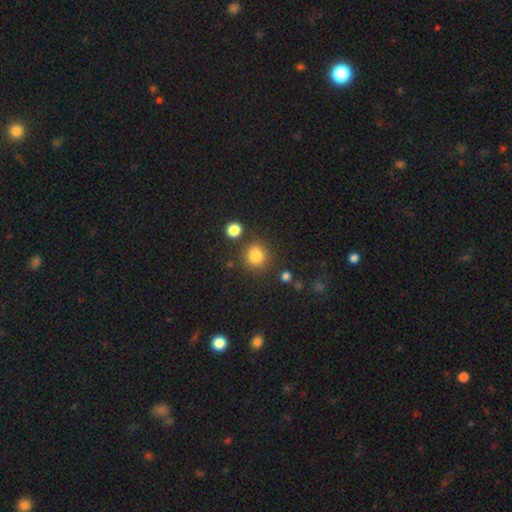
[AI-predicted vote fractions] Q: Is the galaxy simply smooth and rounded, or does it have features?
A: smooth — 83%.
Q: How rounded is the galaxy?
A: round — 81%.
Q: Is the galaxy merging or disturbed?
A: none — 77%.